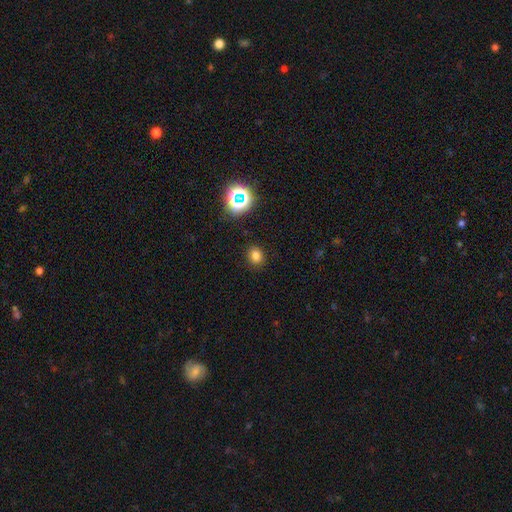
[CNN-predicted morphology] Overall: smooth (76%). How rounded: round (64%; in between 35%). Merging: none (88%).